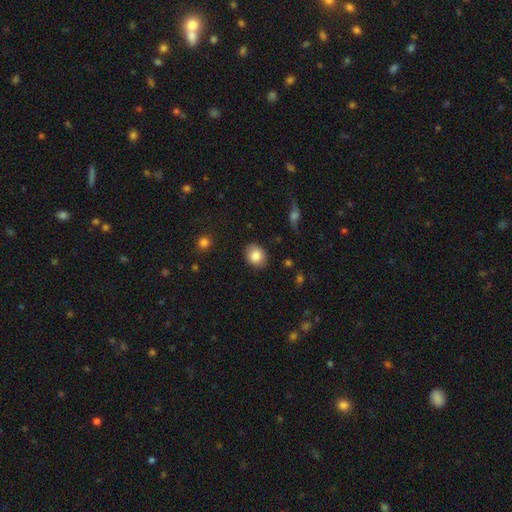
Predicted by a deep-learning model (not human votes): smooth-or-featured: smooth: 85% | star or artifact: 8% | featured or disk: 6%
  how-rounded: round: 55% | in between: 44% | cigar-shaped: 1%
  merging: none: 86% | minor disturbance: 10% | major disturbance: 3% | merger: 1%